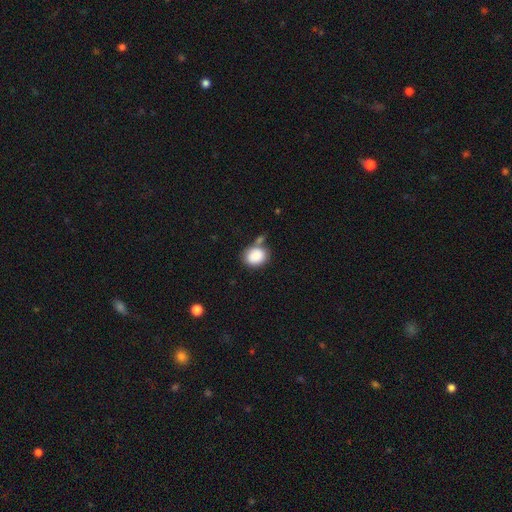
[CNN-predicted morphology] Smooth or featured? smooth (87%)
How rounded? round (53%)
Merging? none (58%)